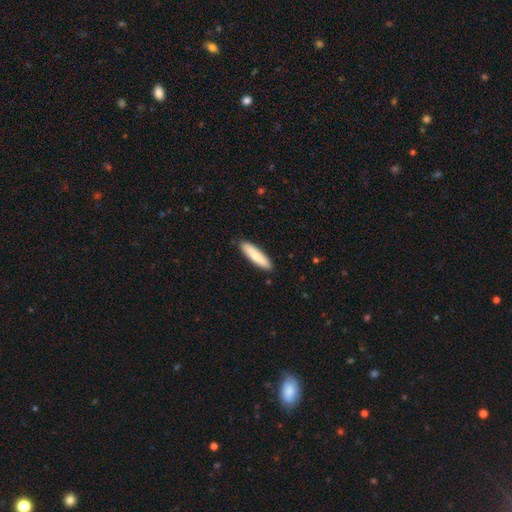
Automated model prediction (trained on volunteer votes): Smooth or featured?
  - smooth: 80% *
  - featured or disk: 15%
  - star or artifact: 5%
How rounded?
  - cigar-shaped: 79% *
  - in between: 20%
  - round: 1%
Merging?
  - none: 90% *
  - minor disturbance: 8%
  - major disturbance: 1%
  - merger: 1%